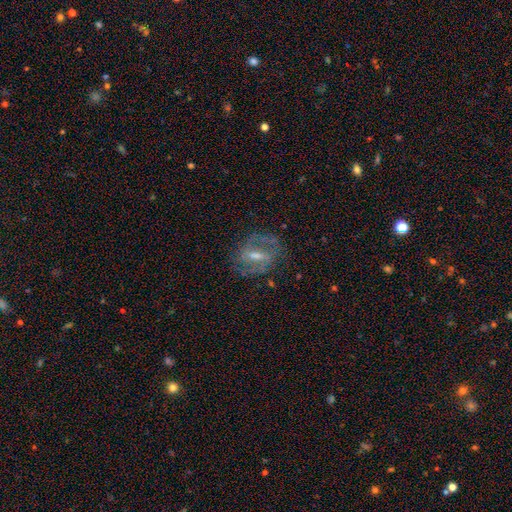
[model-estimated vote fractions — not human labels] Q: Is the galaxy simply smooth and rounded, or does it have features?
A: featured or disk — 74%.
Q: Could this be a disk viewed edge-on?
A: no — 92%.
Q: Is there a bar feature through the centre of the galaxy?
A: strong — 44%.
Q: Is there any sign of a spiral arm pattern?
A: yes — 75%.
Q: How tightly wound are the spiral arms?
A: medium — 47%.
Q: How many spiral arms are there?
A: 2 — 71%.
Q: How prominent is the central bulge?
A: moderate — 46%.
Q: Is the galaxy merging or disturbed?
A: none — 70%.